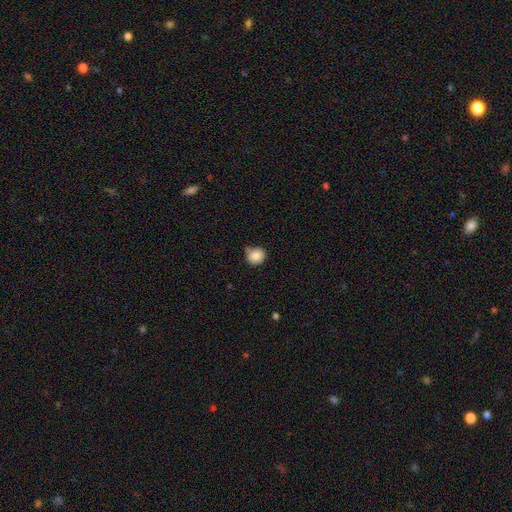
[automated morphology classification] Smooth or featured?
  - smooth: 86% *
  - star or artifact: 9%
  - featured or disk: 5%
How rounded?
  - round: 87% *
  - in between: 12%
  - cigar-shaped: 1%
Merging?
  - none: 68% *
  - minor disturbance: 21%
  - merger: 7%
  - major disturbance: 4%